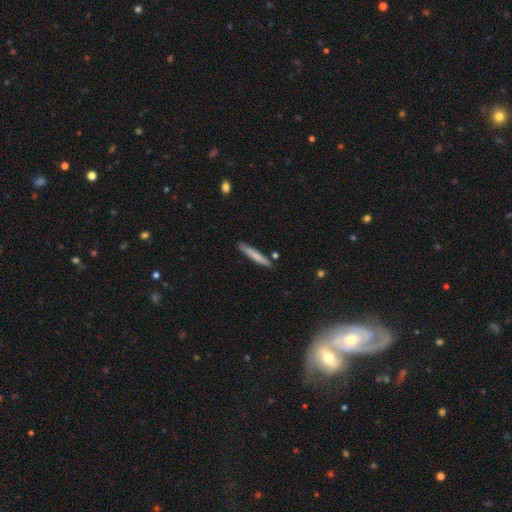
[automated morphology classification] The model was most divided on "smooth or featured": smooth: 75%, featured or disk: 20%, star or artifact: 5%. More confident: how rounded — cigar-shaped (95%); merging — none (85%).